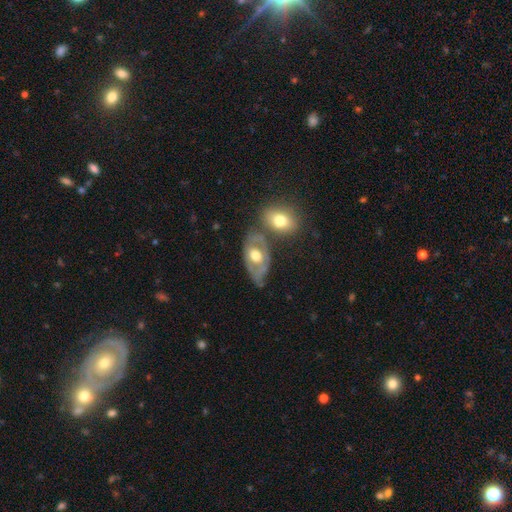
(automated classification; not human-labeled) smooth-or-featured: featured or disk: 61% | smooth: 33% | star or artifact: 6%
  disk-edge-on: no: 89% | yes: 11%
    bar: no: 75% | weak: 19% | strong: 6%
    has-spiral-arms: no: 63% | yes: 37%
    bulge-size: moderate: 67% | large: 24% | small: 6% | dominant: 2% | none: 1%
  merging: none: 47% | minor disturbance: 22% | merger: 21% | major disturbance: 11%